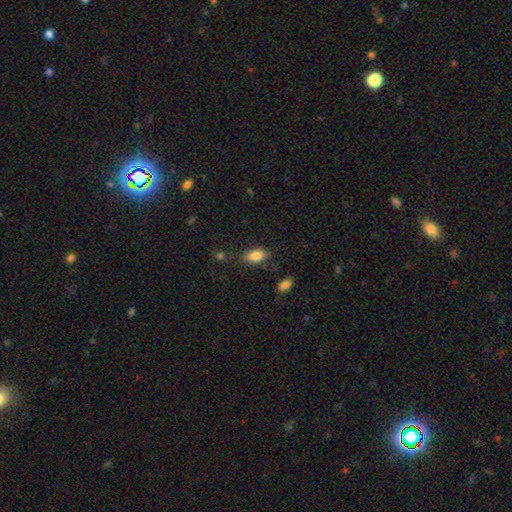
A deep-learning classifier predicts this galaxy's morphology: This appears to be a smooth galaxy with no disk features (83%) that is in between round and cigar-shaped (89%). Merging: none (78%).